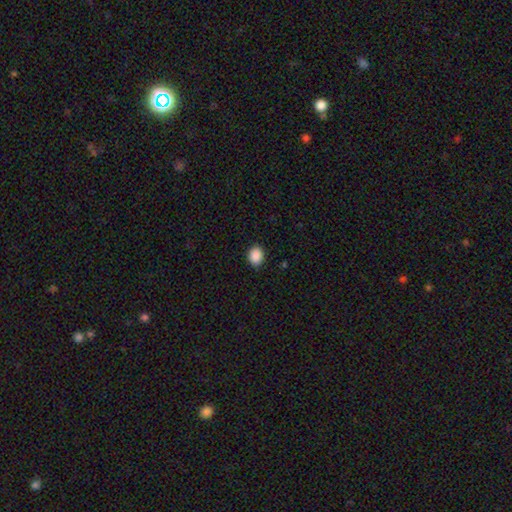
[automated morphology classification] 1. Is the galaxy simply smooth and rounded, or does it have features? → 90% smooth, 8% star or artifact, 2% featured or disk.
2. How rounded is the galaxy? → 57% in between, 42% round, 1% cigar-shaped.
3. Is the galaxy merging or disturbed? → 89% none, 8% minor disturbance, 2% major disturbance, 1% merger.